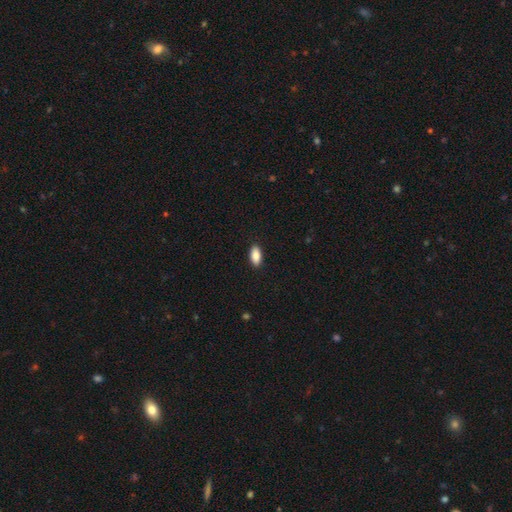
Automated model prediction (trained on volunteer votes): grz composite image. It shows a smooth galaxy with no disk features (87%) that is in between round and cigar-shaped (91%). Merging: none (90%).